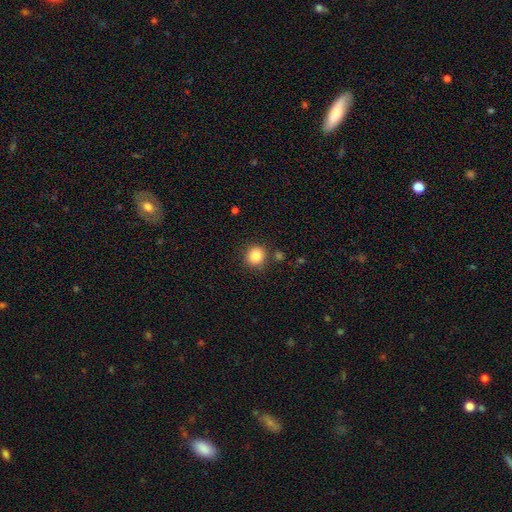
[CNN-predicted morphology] The model was most divided on "how rounded": round: 86%, in between: 13%, cigar-shaped: 1%. More confident: smooth or featured — smooth (85%); merging — none (84%).